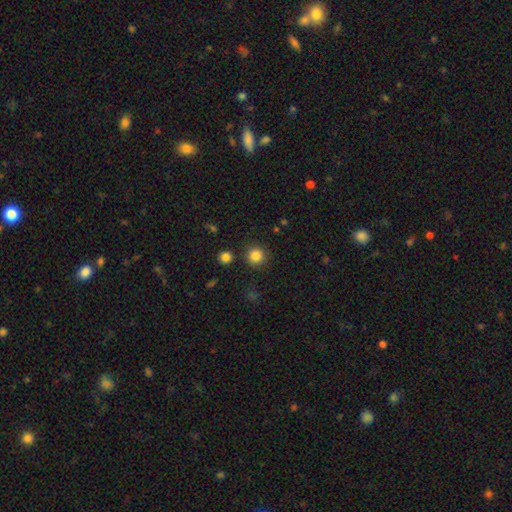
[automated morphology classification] Overall: smooth (85%). How rounded: round (94%). Merging: none (88%).